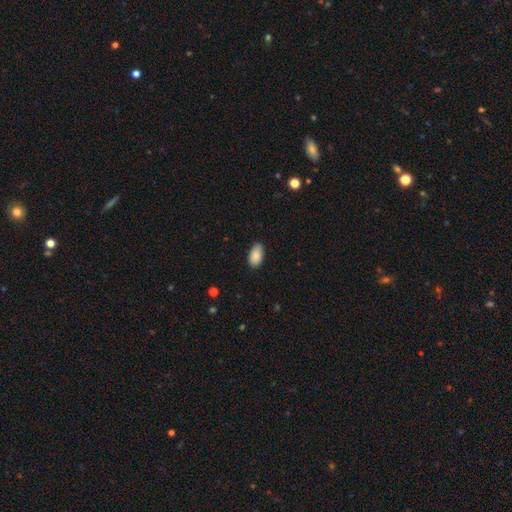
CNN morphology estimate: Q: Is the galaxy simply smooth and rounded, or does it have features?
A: smooth — 89%.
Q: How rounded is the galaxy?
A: in between — 95%.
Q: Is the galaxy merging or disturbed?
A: none — 84%.